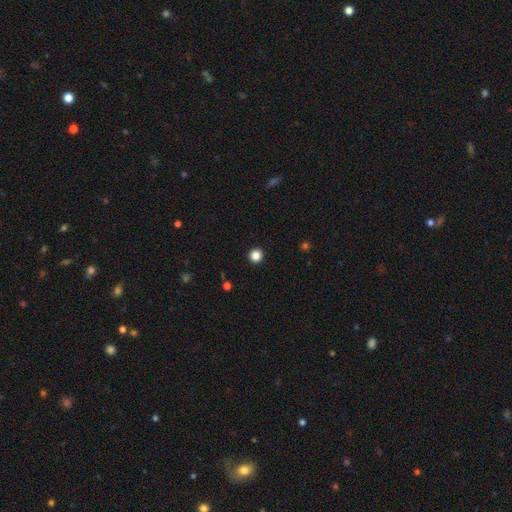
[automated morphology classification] Smooth or featured?
  - smooth: 85% *
  - star or artifact: 12%
  - featured or disk: 3%
How rounded?
  - round: 96% *
  - in between: 3%
  - cigar-shaped: 1%
Merging?
  - none: 94% *
  - minor disturbance: 4%
  - major disturbance: 1%
  - merger: 1%